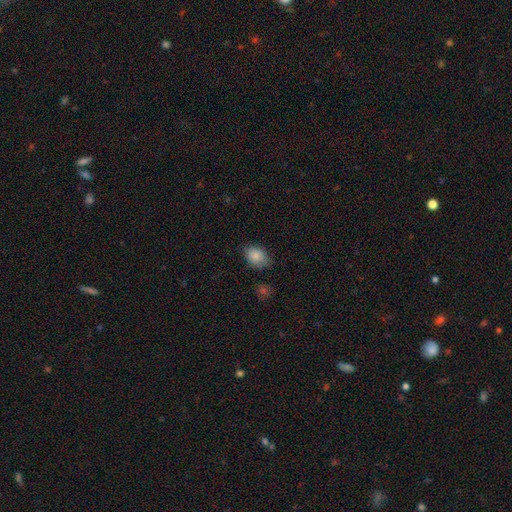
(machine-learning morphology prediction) Smooth or featured? smooth (86%)
How rounded? in between (74%)
Merging? none (74%)